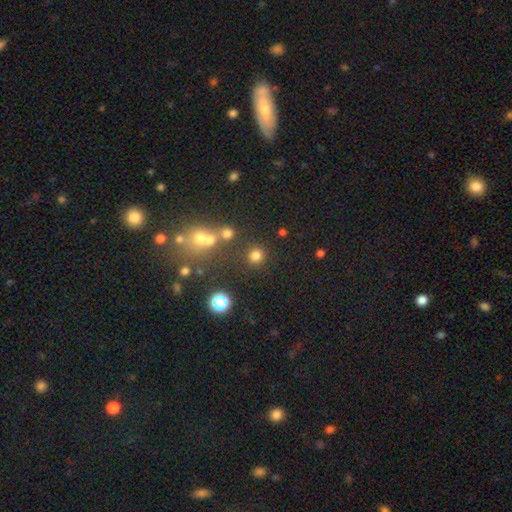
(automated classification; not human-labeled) Morphology: type=smooth (75%); roundness=round (92%); merging=none (82%).